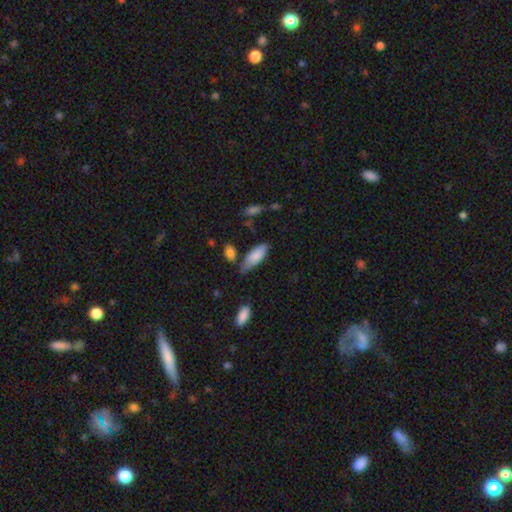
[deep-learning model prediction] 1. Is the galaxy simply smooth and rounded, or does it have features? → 83% smooth, 11% featured or disk, 6% star or artifact.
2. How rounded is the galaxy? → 76% in between, 22% cigar-shaped, 2% round.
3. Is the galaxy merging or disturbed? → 56% none, 31% minor disturbance, 7% merger, 7% major disturbance.